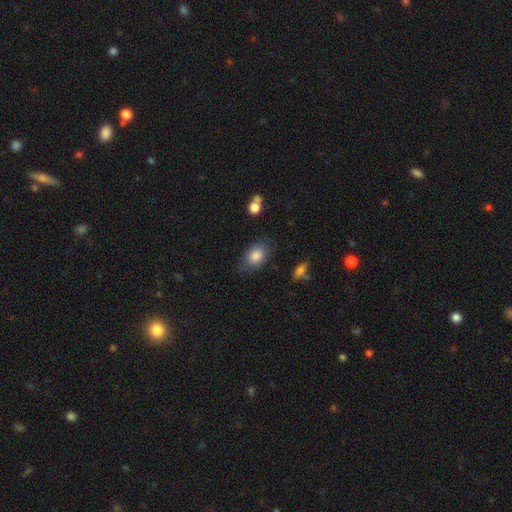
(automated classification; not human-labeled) Smooth or featured?
  - smooth: 84% *
  - featured or disk: 9%
  - star or artifact: 8%
How rounded?
  - in between: 82% *
  - round: 16%
  - cigar-shaped: 1%
Merging?
  - none: 75% *
  - minor disturbance: 18%
  - major disturbance: 5%
  - merger: 2%